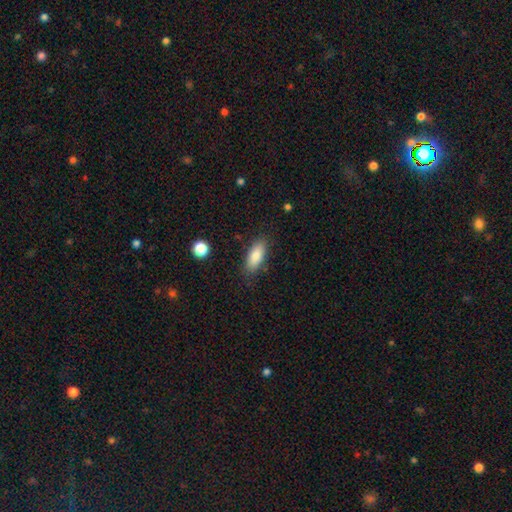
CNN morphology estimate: A smooth galaxy with no disk features (84%) that is in between round and cigar-shaped (78%).

Vote fractions:
- Smooth or featured? smooth: 84% / featured or disk: 9% / star or artifact: 7%
- How rounded? in between: 78% / cigar-shaped: 20% / round: 2%
- Merging? none: 84% / minor disturbance: 12% / major disturbance: 3% / merger: 2%